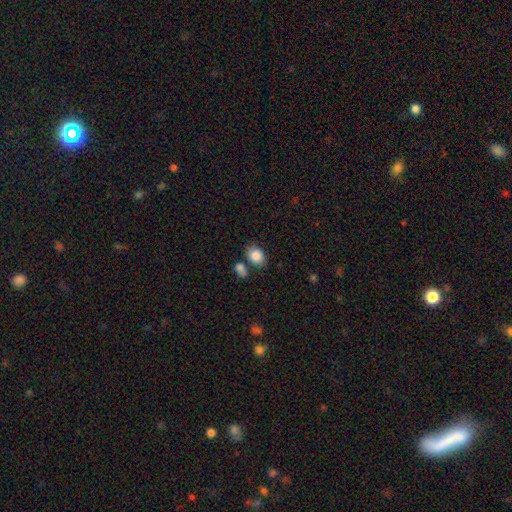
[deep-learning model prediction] Morphology: type=smooth (86%); roundness=in between (71%); merging=none (64%).